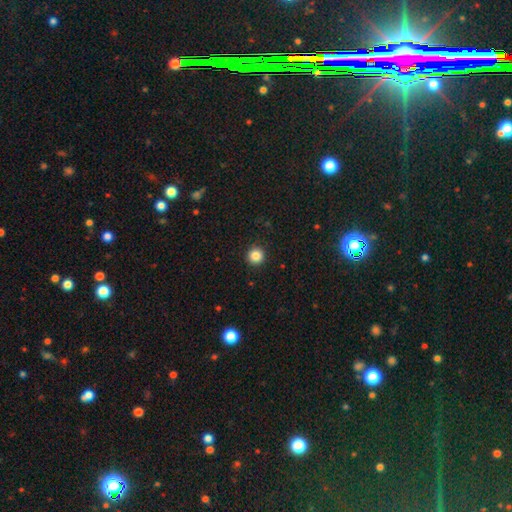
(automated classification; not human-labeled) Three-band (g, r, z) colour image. It shows a smooth galaxy with no disk features (85%) that is round (96%). Merging: none (93%).